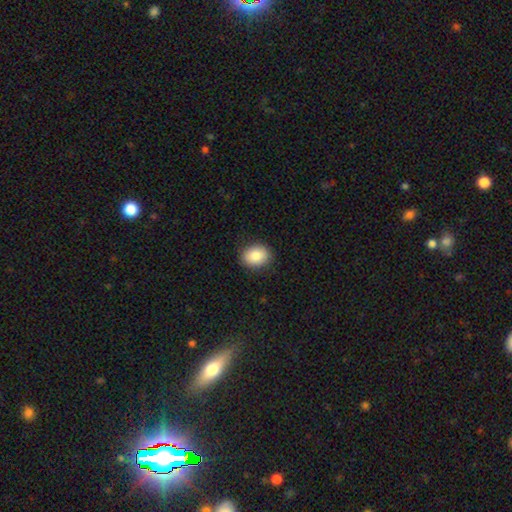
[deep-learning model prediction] A smooth galaxy with no disk features (85%) that is in between round and cigar-shaped (53%).

Vote fractions:
- Smooth or featured? smooth: 85% / star or artifact: 8% / featured or disk: 7%
- How rounded? in between: 53% / round: 46% / cigar-shaped: 1%
- Merging? none: 89% / minor disturbance: 8% / major disturbance: 2% / merger: 1%